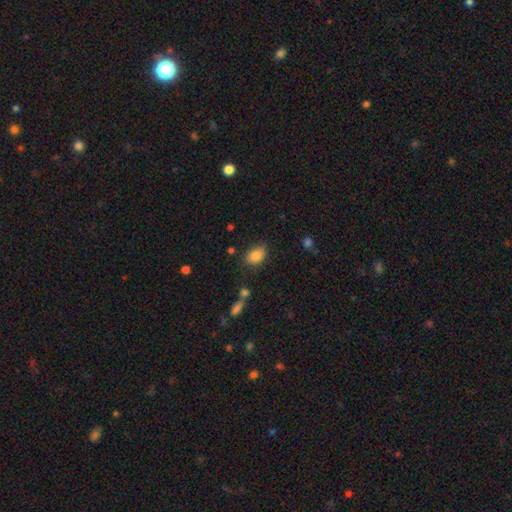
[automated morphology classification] Smooth or featured?
  - smooth: 85% *
  - star or artifact: 9%
  - featured or disk: 7%
How rounded?
  - in between: 81% *
  - round: 18%
  - cigar-shaped: 1%
Merging?
  - none: 74% *
  - minor disturbance: 18%
  - major disturbance: 5%
  - merger: 3%